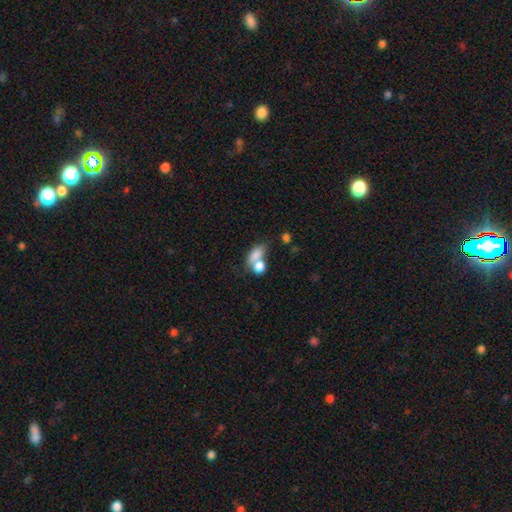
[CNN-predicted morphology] type=smooth (78%); roundness=in between (76%); merging=merger (57%).